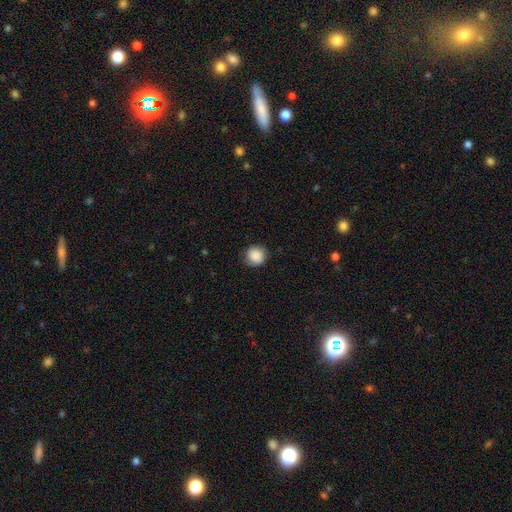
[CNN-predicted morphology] A smooth galaxy with no disk features (87%) that is round (90%).

Vote fractions:
- Smooth or featured? smooth: 87% / star or artifact: 8% / featured or disk: 5%
- How rounded? round: 90% / in between: 9% / cigar-shaped: 1%
- Merging? none: 83% / minor disturbance: 13% / major disturbance: 3% / merger: 1%